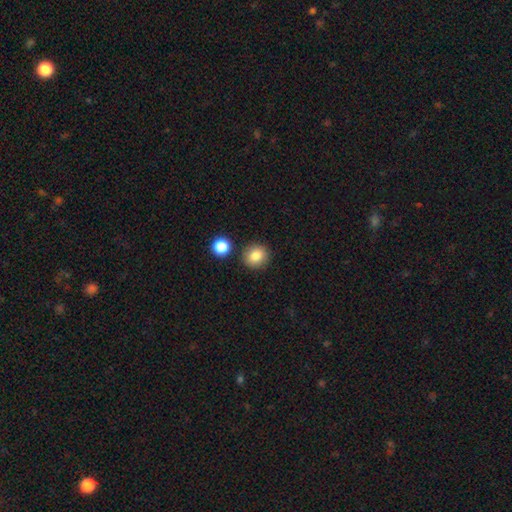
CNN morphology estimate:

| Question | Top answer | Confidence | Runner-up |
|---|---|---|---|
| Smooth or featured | smooth | 84% | star or artifact (10%) |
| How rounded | round | 88% | in between (11%) |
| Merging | none | 86% | minor disturbance (7%) |